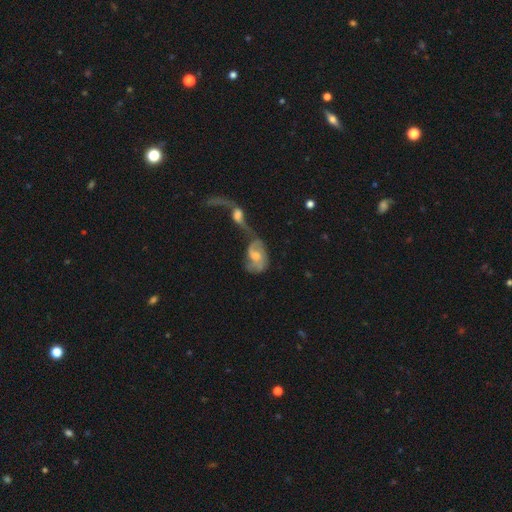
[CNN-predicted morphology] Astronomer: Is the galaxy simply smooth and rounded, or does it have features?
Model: featured or disk — 69%.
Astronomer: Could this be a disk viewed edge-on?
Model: no — 95%.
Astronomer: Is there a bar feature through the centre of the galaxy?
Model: no — 55% (runner-up: weak, 37%).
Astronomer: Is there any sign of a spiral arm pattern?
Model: yes — 82%.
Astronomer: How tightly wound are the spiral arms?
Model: loose — 42% (runner-up: medium, 40%).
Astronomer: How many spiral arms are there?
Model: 2 — 70%.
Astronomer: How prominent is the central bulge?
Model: moderate — 54%.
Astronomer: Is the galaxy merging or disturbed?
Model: merger — 50%.